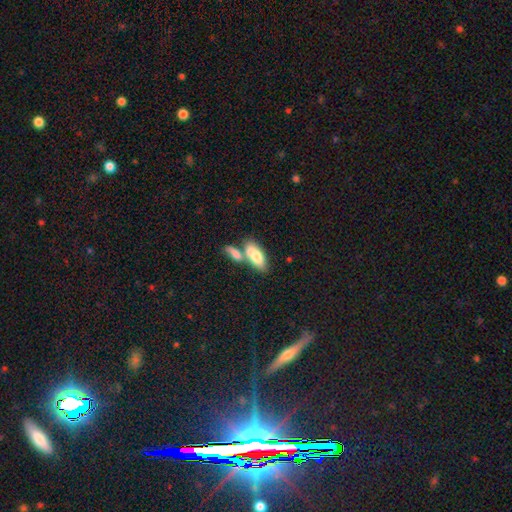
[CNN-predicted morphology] Smooth or featured? Predicted: smooth (p=0.73). How rounded? Predicted: in between (p=0.81). Merging? Predicted: merger (p=0.52).